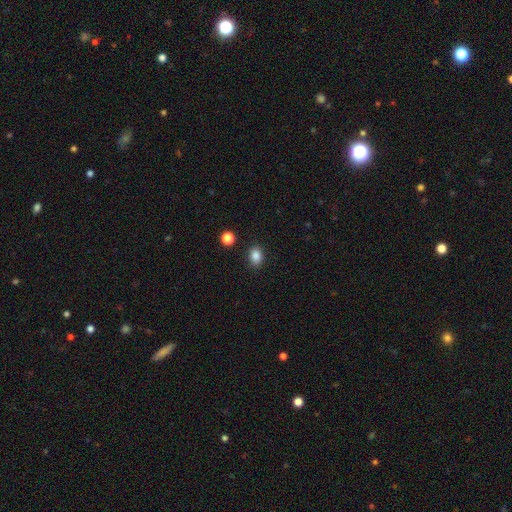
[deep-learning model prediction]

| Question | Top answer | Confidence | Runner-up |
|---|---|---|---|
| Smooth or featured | smooth | 85% | star or artifact (10%) |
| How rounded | in between | 67% | round (32%) |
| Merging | none | 87% | minor disturbance (8%) |